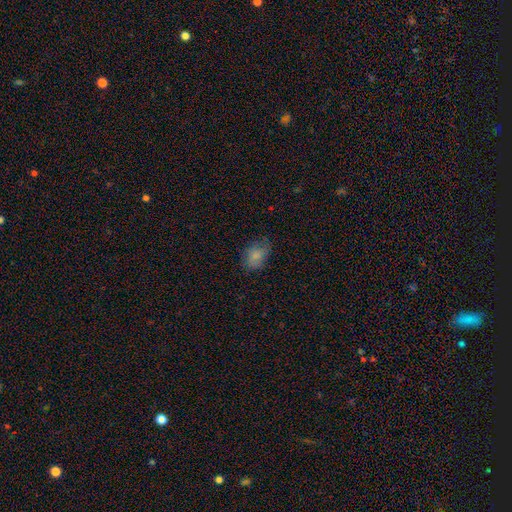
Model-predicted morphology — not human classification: Overall: smooth (81%). How rounded: in between (76%). Merging: none (67%).